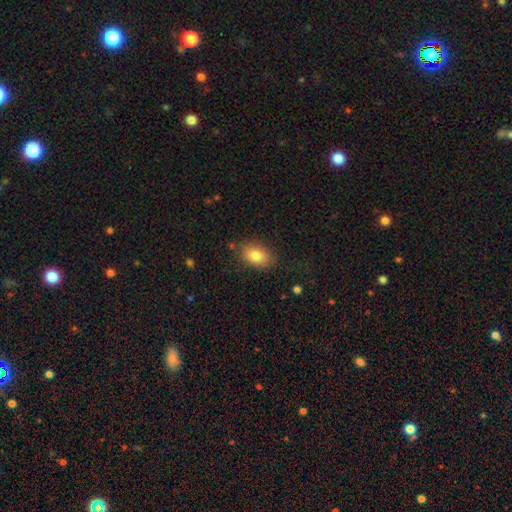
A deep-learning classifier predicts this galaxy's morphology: type=smooth (83%); roundness=in between (85%); merging=none (81%).